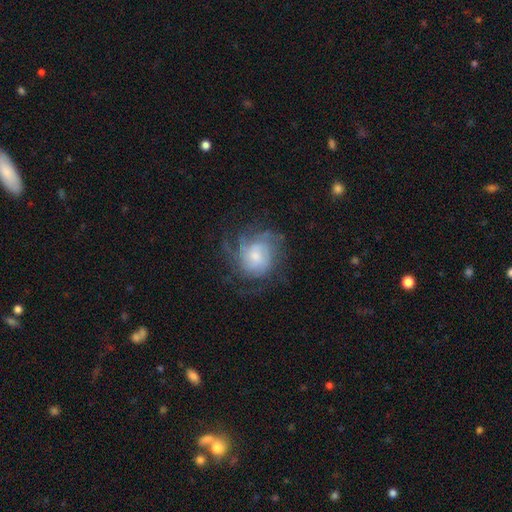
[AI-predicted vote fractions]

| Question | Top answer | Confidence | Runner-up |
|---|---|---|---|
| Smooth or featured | featured or disk | 72% | smooth (20%) |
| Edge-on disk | no | 97% | yes (3%) |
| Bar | no | 62% | weak (33%) |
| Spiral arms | yes | 89% | no (11%) |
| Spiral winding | tight | 45% | medium (38%) |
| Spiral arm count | can't tell | 42% | 3 (17%) |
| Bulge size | small | 41% | moderate (40%) |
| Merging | none | 59% | major disturbance (20%) |